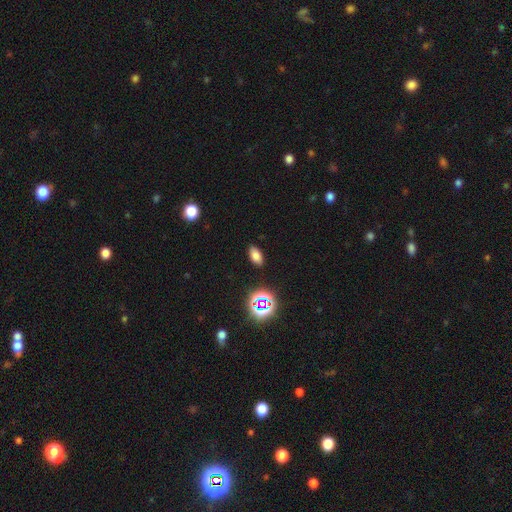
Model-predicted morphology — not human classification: This is likely a smooth galaxy (72%). How rounded: clearly in between (90%). Merging: clearly none (87%).